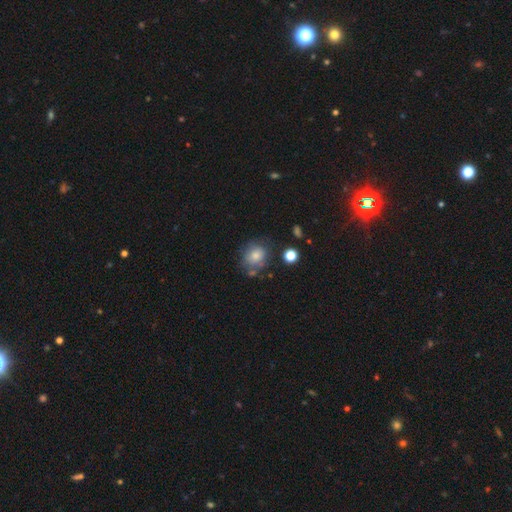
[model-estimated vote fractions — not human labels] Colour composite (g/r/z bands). It shows a smooth galaxy with no disk features (76%) that is round (70%). Merging: none (62%).